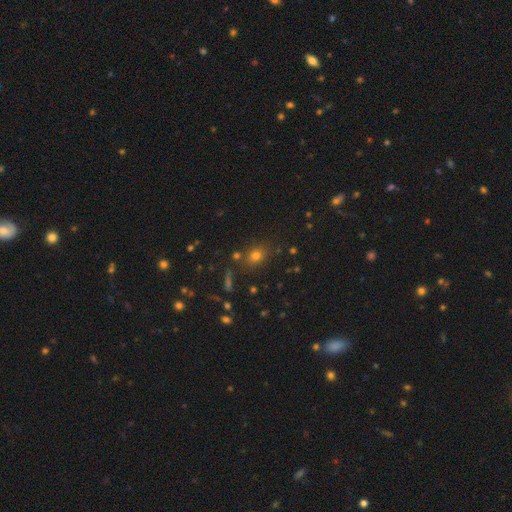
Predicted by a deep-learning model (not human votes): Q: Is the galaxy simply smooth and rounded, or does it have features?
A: smooth — 68%.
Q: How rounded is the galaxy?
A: round — 62%.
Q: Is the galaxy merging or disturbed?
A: none — 78%.